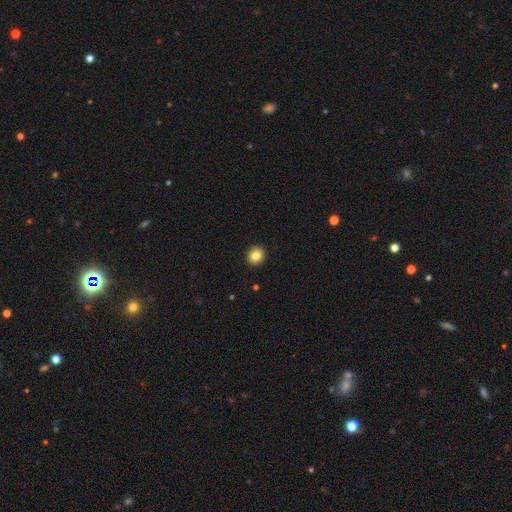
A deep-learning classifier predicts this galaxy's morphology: A smooth galaxy with no disk features (84%) that is round (75%).

Vote fractions:
- Smooth or featured? smooth: 84% / star or artifact: 9% / featured or disk: 7%
- How rounded? round: 75% / in between: 24% / cigar-shaped: 1%
- Merging? none: 92% / minor disturbance: 5% / major disturbance: 2% / merger: 1%